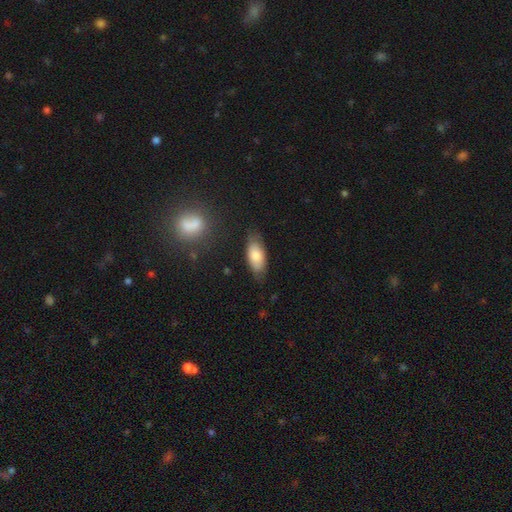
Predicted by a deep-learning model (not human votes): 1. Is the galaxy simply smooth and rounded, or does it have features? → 77% smooth, 17% featured or disk, 7% star or artifact.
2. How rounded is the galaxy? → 87% in between, 10% cigar-shaped, 3% round.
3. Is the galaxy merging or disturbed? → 72% none, 21% minor disturbance, 5% major disturbance, 2% merger.